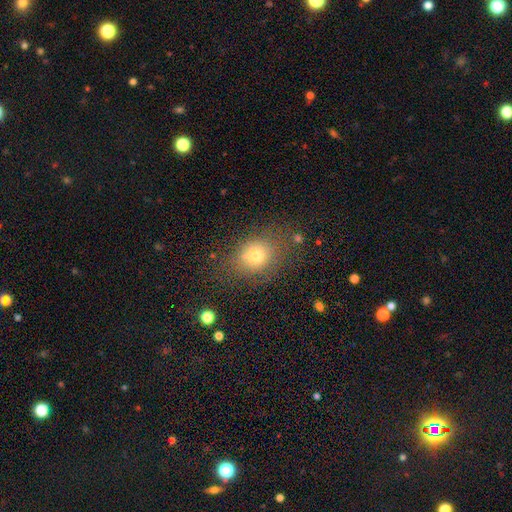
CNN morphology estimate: This is likely a smooth galaxy (71%). How rounded: possibly round (54%). Merging: likely none (72%).